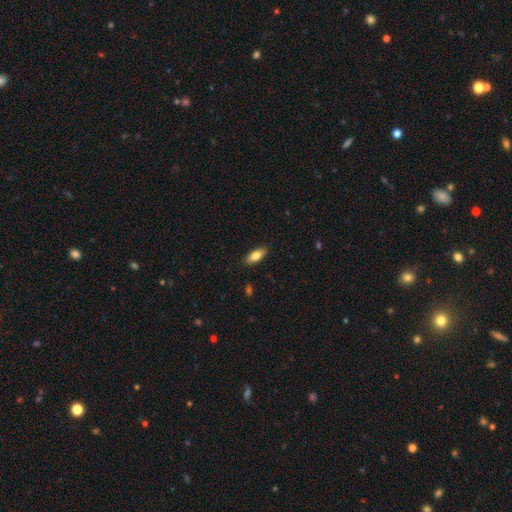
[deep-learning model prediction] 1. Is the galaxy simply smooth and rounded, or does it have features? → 82% smooth, 12% featured or disk, 6% star or artifact.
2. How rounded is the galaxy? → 82% in between, 16% cigar-shaped, 2% round.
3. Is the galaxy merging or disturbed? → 89% none, 8% minor disturbance, 2% major disturbance, 1% merger.